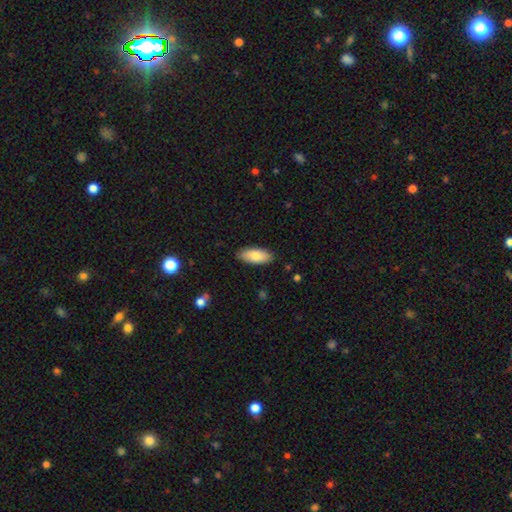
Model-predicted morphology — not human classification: Smooth or featured? Predicted: smooth (p=0.82). How rounded? Predicted: in between (p=0.86). Merging? Predicted: none (p=0.87).